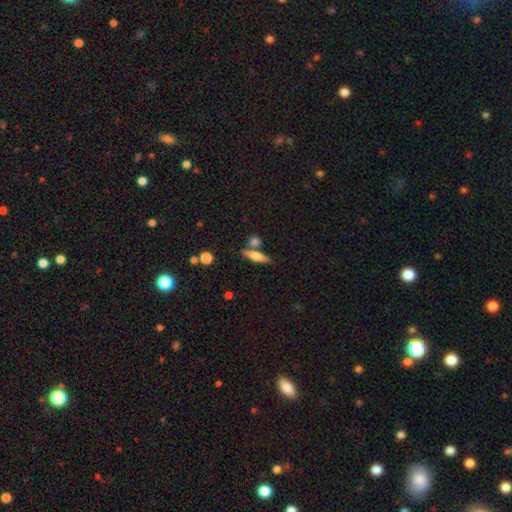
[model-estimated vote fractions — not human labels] Morphology: type=smooth (59%); roundness=cigar-shaped (64%); merging=none (68%).